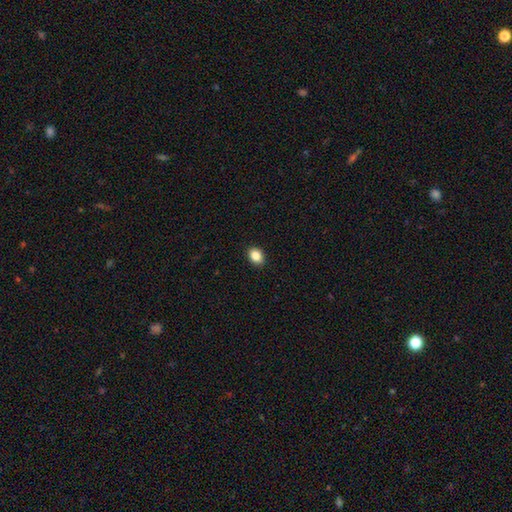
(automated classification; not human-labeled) A smooth galaxy with no disk features (86%) that is in between round and cigar-shaped (65%). Merging: none (91%).